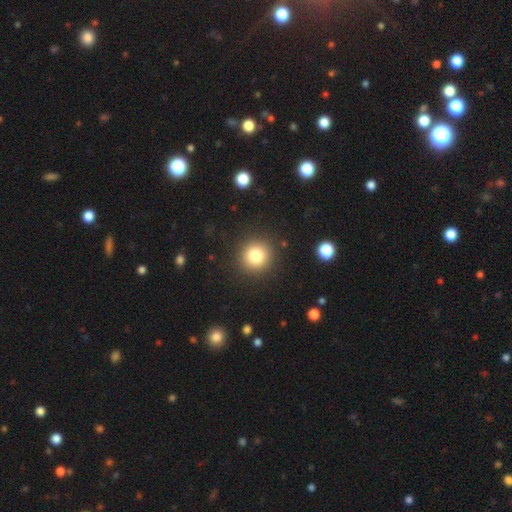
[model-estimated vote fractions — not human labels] Smooth or featured? smooth (81%)
How rounded? round (94%)
Merging? none (90%)